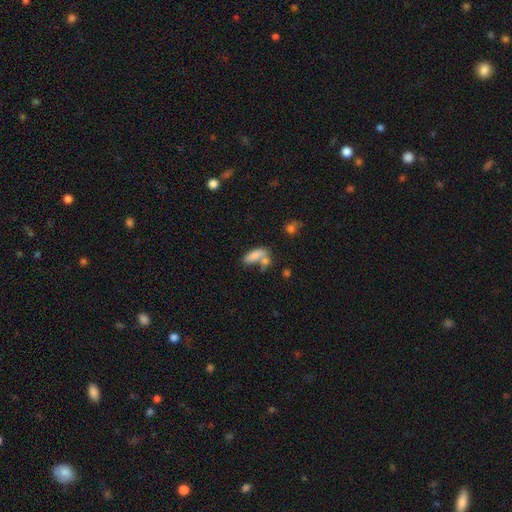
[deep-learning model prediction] smooth_or_featured: smooth (p=0.80) [alt: featured or disk p=0.11]
how_rounded: in between (p=0.72) [alt: cigar-shaped p=0.25]
merging: merger (p=0.39) [tied with: none p=0.39]